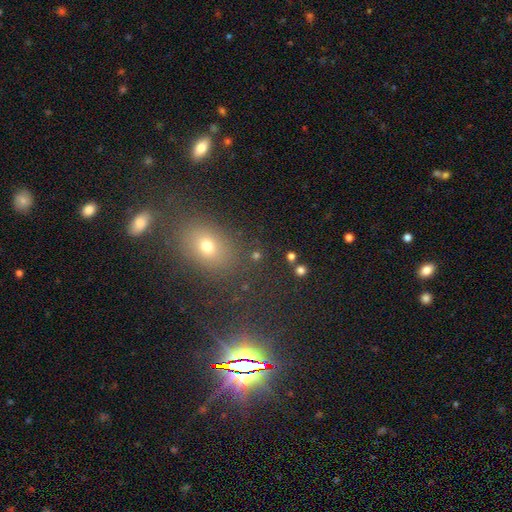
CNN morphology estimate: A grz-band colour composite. It shows a smooth galaxy with no disk features (45%). Merging: none (80%).